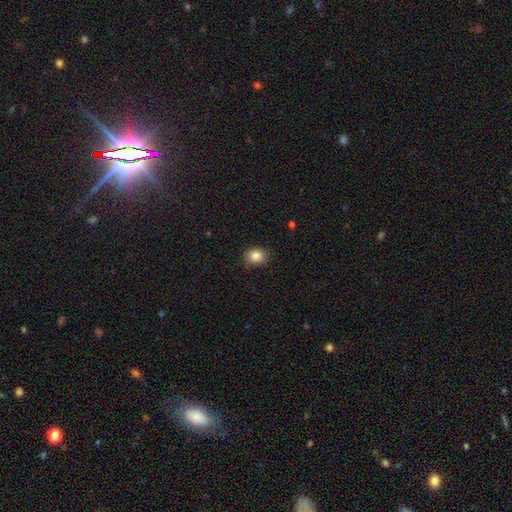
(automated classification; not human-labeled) This appears to be a smooth galaxy with no disk features (86%) that is round (50%). Merging: none (83%).